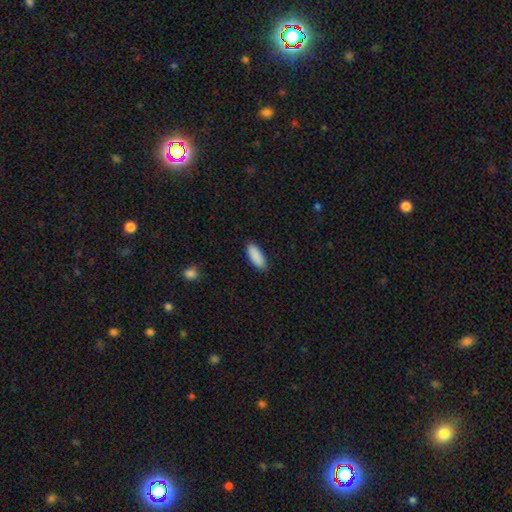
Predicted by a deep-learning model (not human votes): This appears to be a smooth galaxy with no disk features (91%) that is in between round and cigar-shaped (81%). Merging: none (87%).